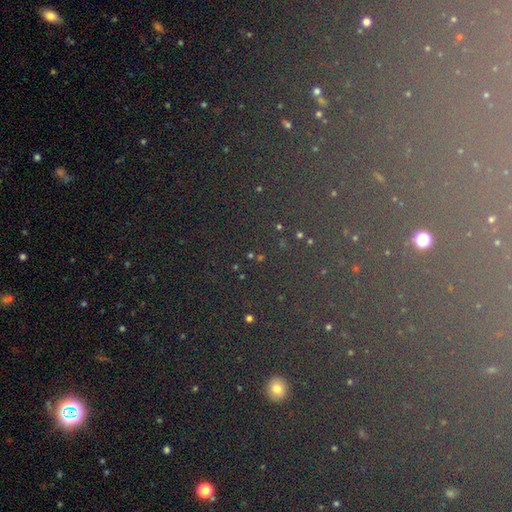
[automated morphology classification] star or artifact 75%, smooth 14%, featured or disk 10%.